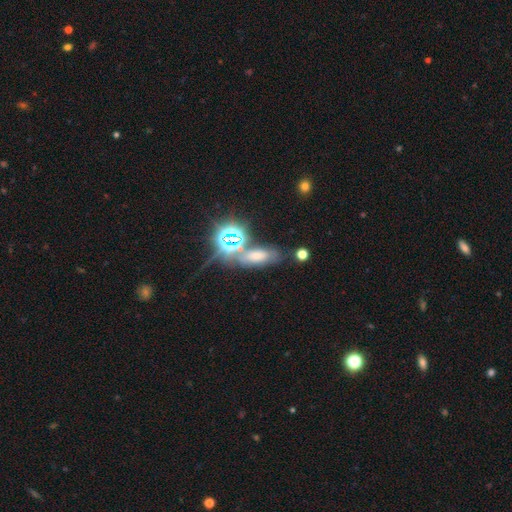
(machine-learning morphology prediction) A smooth galaxy with no disk features (46%).

Vote fractions:
- Smooth or featured? smooth: 46% / star or artifact: 39% / featured or disk: 15%
- Merging? none: 58% / merger: 17% / minor disturbance: 16% / major disturbance: 9%